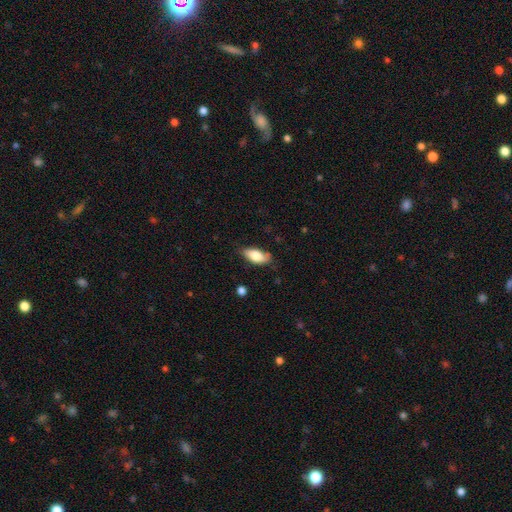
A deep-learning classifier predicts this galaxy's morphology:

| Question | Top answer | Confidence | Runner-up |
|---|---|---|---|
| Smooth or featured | smooth | 78% | featured or disk (15%) |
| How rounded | in between | 85% | cigar-shaped (12%) |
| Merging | none | 74% | minor disturbance (21%) |